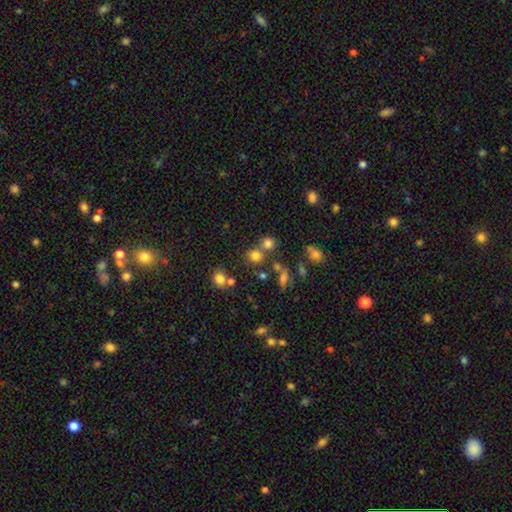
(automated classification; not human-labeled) Smooth or featured?
  - smooth: 74% *
  - star or artifact: 18%
  - featured or disk: 8%
How rounded?
  - round: 84% *
  - in between: 15%
  - cigar-shaped: 1%
Merging?
  - none: 61% *
  - merger: 27%
  - minor disturbance: 9%
  - major disturbance: 4%